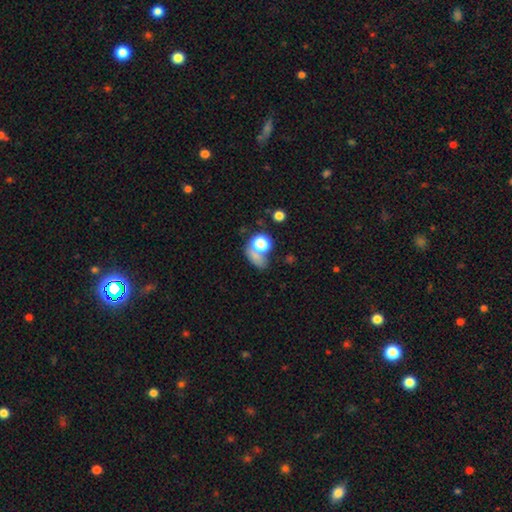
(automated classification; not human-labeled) This appears to be a smooth galaxy with no disk features (67%) that is in between round and cigar-shaped (49%). Merging: none (41%).